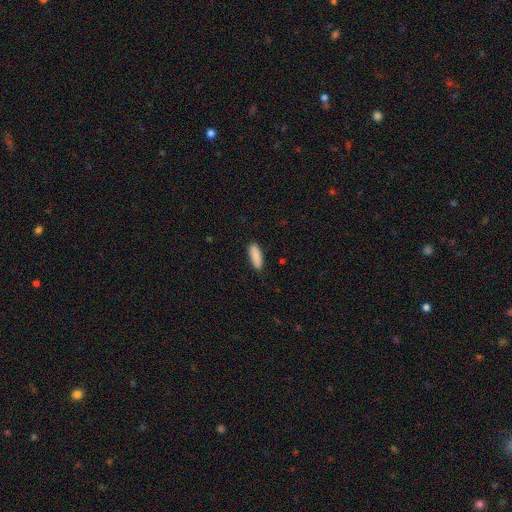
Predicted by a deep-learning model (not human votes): A smooth galaxy with no disk features (88%) that is in between round and cigar-shaped (54%).

Vote fractions:
- Smooth or featured? smooth: 88% / star or artifact: 6% / featured or disk: 6%
- How rounded? in between: 54% / cigar-shaped: 45% / round: 2%
- Merging? none: 86% / minor disturbance: 11% / major disturbance: 2% / merger: 1%